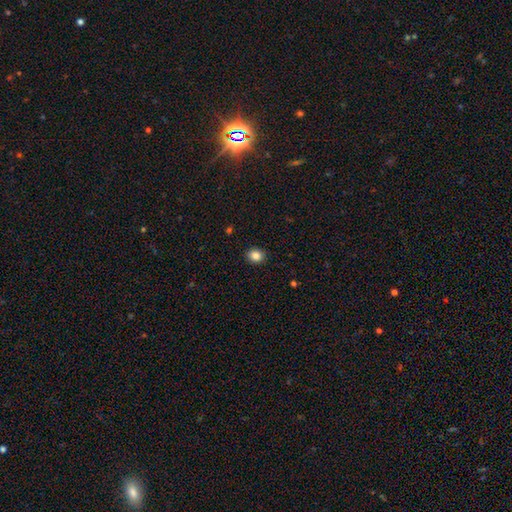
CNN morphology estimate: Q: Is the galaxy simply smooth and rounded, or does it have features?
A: smooth — 85%.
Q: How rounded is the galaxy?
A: round — 68%.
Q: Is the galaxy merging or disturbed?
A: none — 90%.